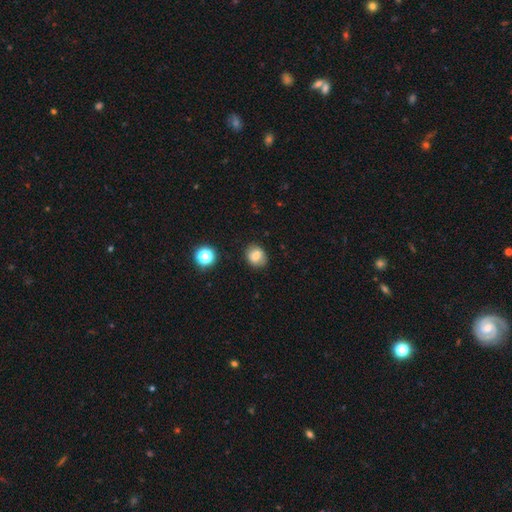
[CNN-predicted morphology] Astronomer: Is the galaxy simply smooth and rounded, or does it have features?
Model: smooth — 79%.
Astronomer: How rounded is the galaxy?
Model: round — 66%.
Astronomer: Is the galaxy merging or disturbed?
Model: none — 81%.